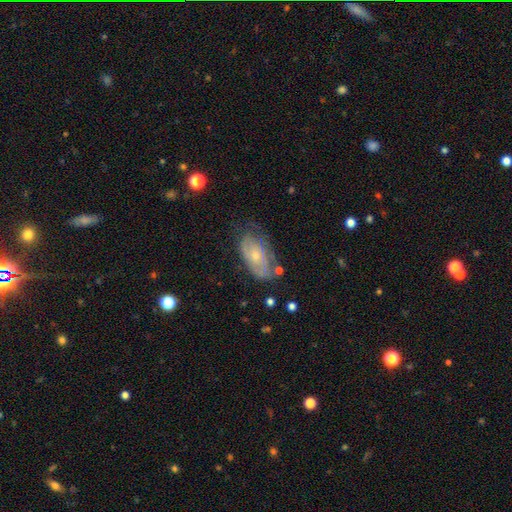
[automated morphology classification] The model was most divided on "bulge size": small: 57%, moderate: 37%, none: 3%, large: 2%, dominant: 1%. More confident: edge-on disk — no (94%); bar — no (75%); spiral arms — yes (73%); smooth or featured — featured or disk (61%); merging — none (53%).